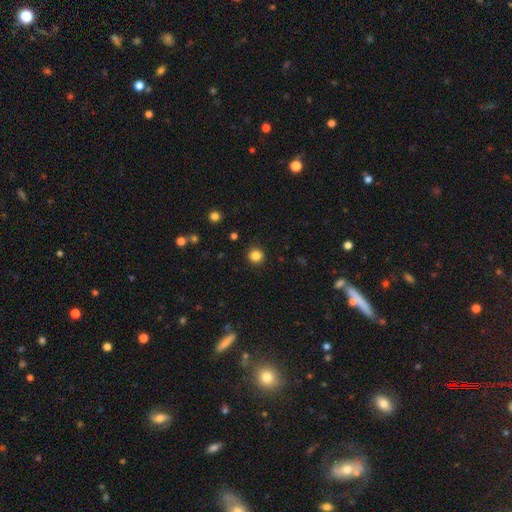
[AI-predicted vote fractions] Smooth or featured? Predicted: smooth (p=0.84). How rounded? Predicted: round (p=0.93). Merging? Predicted: none (p=0.92).